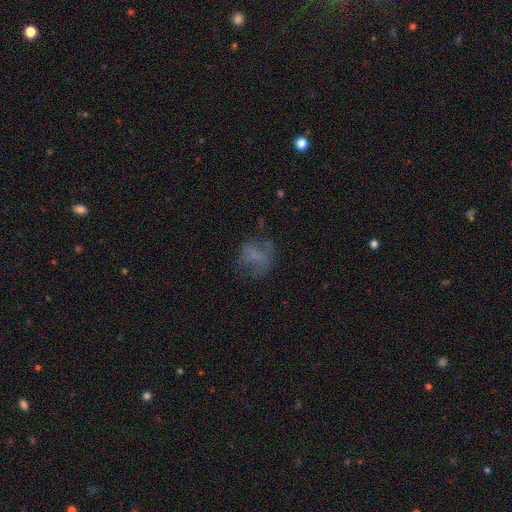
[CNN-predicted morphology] Smooth or featured: smooth — 51% (featured or disk — 31%)
How rounded: round — 49% (in between — 47%)
Merging: none — 51% (major disturbance — 25%)